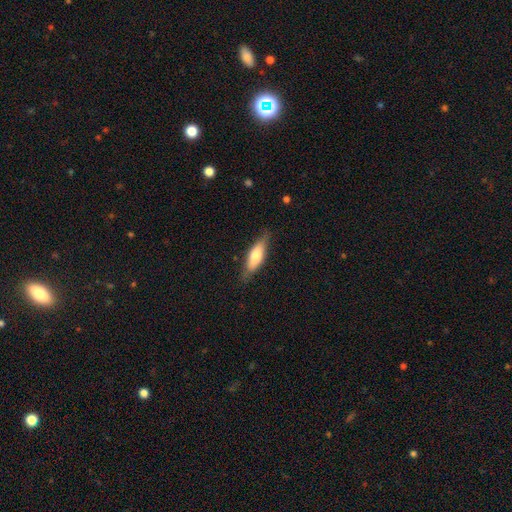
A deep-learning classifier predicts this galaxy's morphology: type=smooth (67%); roundness=in between (51%); merging=none (77%).